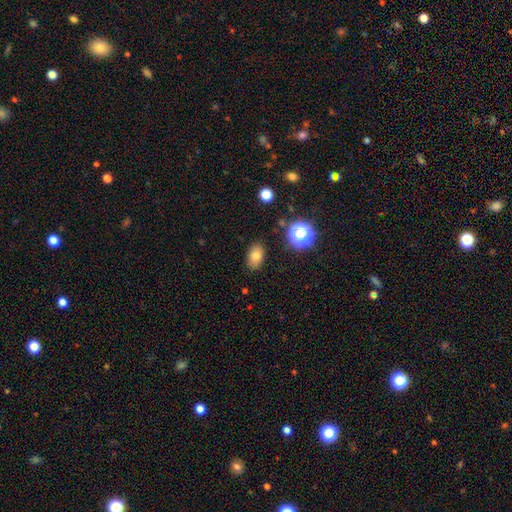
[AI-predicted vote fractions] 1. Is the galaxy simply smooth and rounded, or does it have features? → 78% smooth, 12% star or artifact, 10% featured or disk.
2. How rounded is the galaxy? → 85% in between, 13% round, 2% cigar-shaped.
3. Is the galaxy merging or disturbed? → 85% none, 10% minor disturbance, 3% major disturbance, 2% merger.